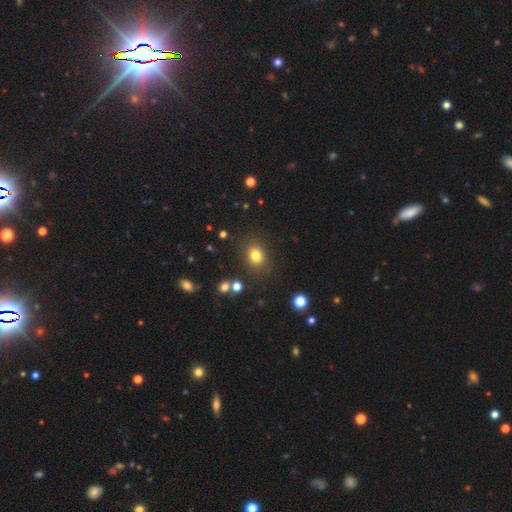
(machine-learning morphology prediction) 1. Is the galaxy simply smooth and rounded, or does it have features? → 80% smooth, 13% star or artifact, 7% featured or disk.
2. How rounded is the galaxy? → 58% round, 41% in between, 1% cigar-shaped.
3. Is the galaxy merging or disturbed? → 83% none, 10% minor disturbance, 4% major disturbance, 3% merger.